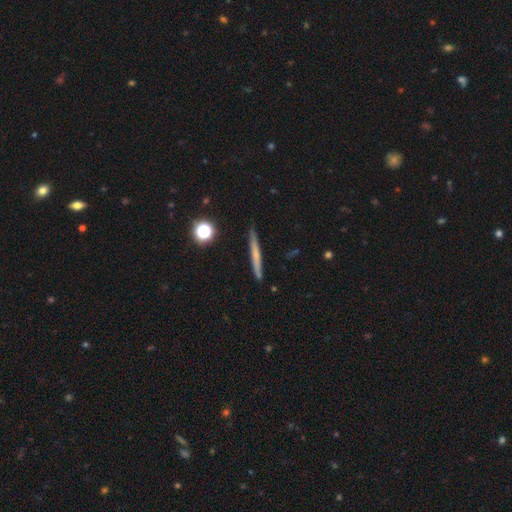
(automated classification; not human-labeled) Smooth or featured: smooth — 51% (featured or disk — 41%)
How rounded: cigar-shaped — 94% (round — 3%)
Merging: none — 89% (minor disturbance — 8%)